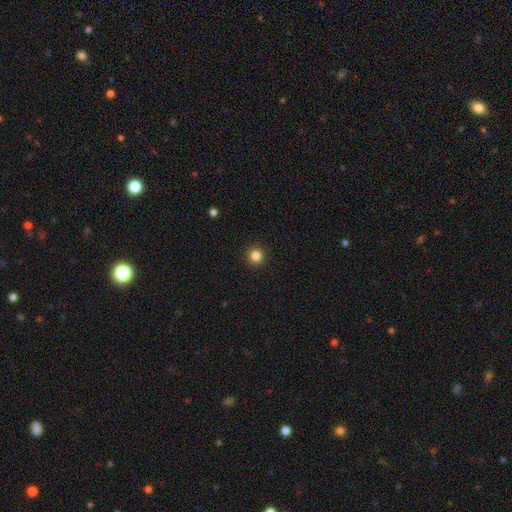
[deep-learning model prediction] Smooth or featured? Predicted: smooth (p=0.84). How rounded? Predicted: round (p=0.95). Merging? Predicted: none (p=0.93).